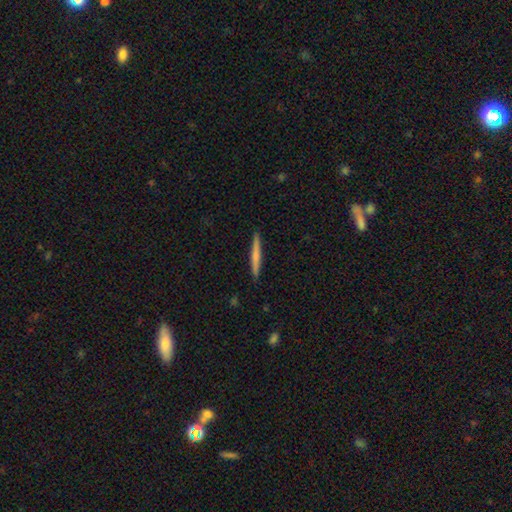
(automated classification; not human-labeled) A smooth galaxy with no disk features (61%) that is cigar-shaped (96%).

Vote fractions:
- Smooth or featured? smooth: 61% / featured or disk: 34% / star or artifact: 5%
- How rounded? cigar-shaped: 96% / in between: 3% / round: 1%
- Merging? none: 91% / minor disturbance: 6% / major disturbance: 1% / merger: 1%